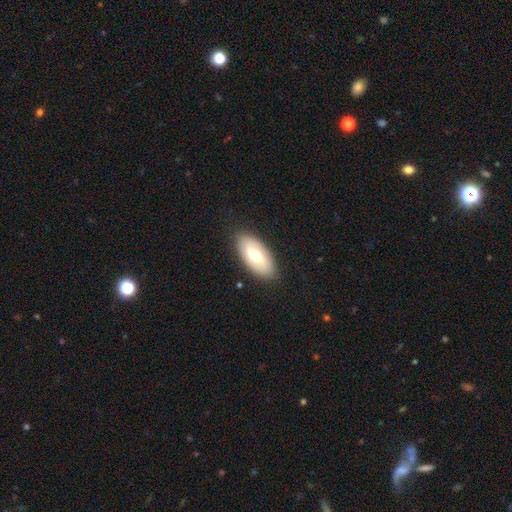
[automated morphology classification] type=featured or disk (48%); merging=none (85%).